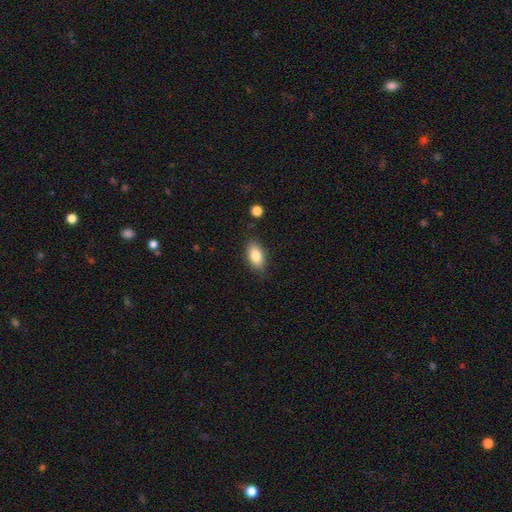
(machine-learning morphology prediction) A smooth galaxy with no disk features (82%) that is in between round and cigar-shaped (88%). Merging: none (83%).